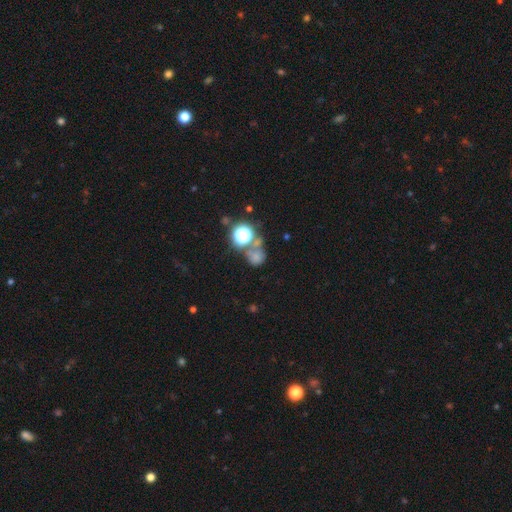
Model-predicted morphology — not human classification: This appears to be a smooth galaxy with no disk features (57%) that is round (80%). Merging: none (44%).